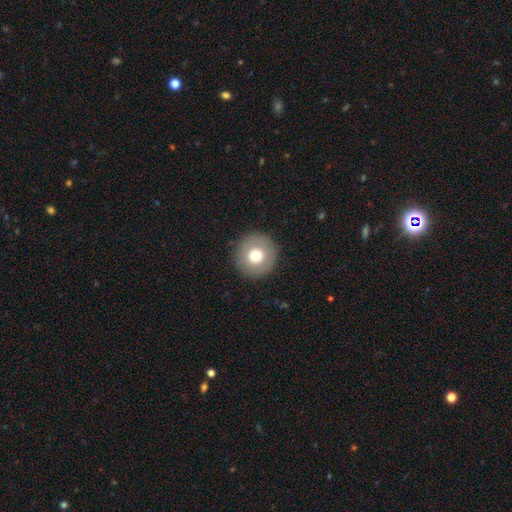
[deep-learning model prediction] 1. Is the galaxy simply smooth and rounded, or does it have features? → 72% smooth, 19% featured or disk, 9% star or artifact.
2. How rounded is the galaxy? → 96% round, 3% in between, 1% cigar-shaped.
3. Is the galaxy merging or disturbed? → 91% none, 6% minor disturbance, 2% major disturbance, 1% merger.